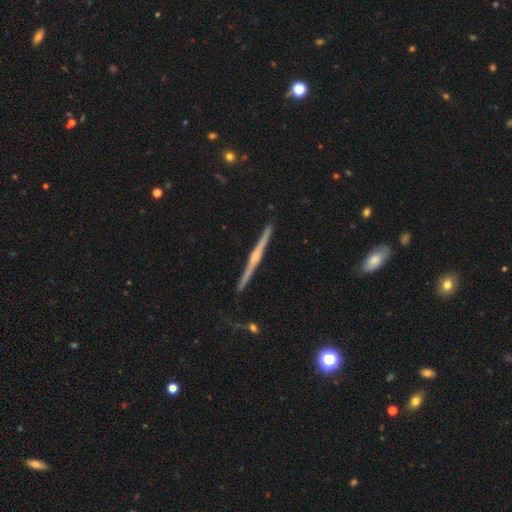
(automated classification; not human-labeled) featured or disk 82%, smooth 13%, star or artifact 5%. Down the decision tree: edge-on disk — yes (99%); edge-on bulge — rounded (73%); merging — none (90%).